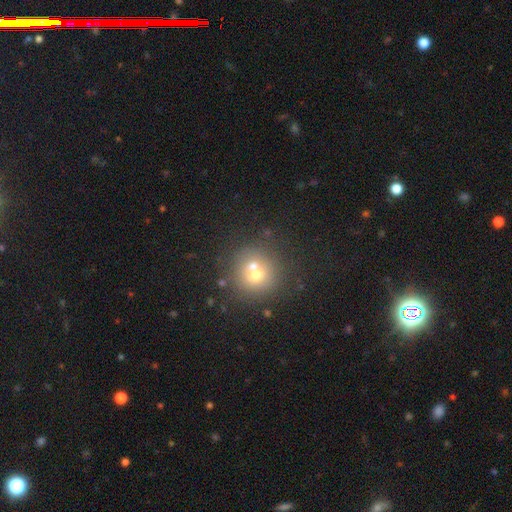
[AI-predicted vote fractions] The model was most divided on "smooth or featured": smooth: 53%, star or artifact: 36%, featured or disk: 11%. More confident: how rounded — round (90%); merging — none (86%).